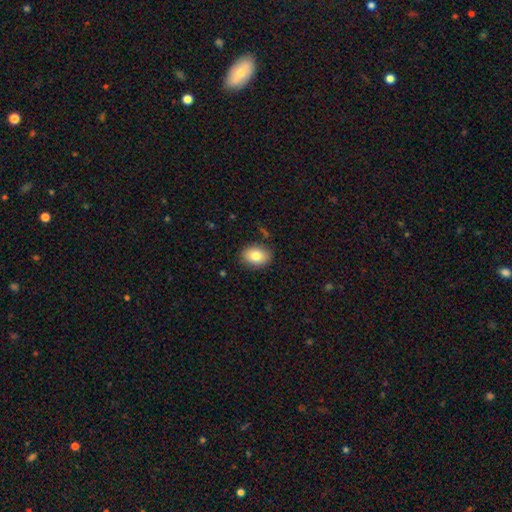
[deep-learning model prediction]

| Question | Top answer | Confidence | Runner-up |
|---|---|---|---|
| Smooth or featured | smooth | 81% | featured or disk (10%) |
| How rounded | in between | 69% | round (30%) |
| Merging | none | 85% | minor disturbance (11%) |